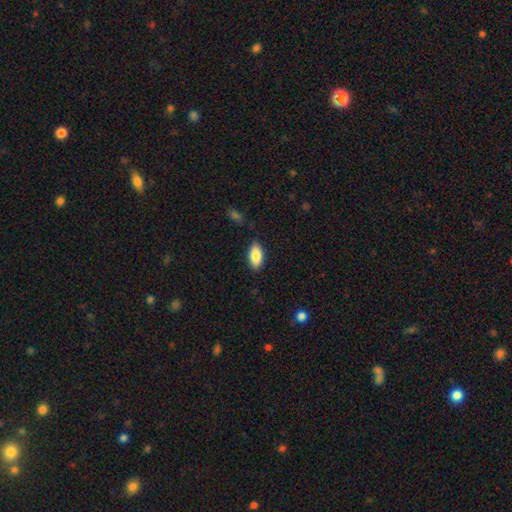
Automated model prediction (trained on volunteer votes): Smooth or featured? Predicted: smooth (p=0.85). How rounded? Predicted: in between (p=0.90). Merging? Predicted: none (p=0.85).